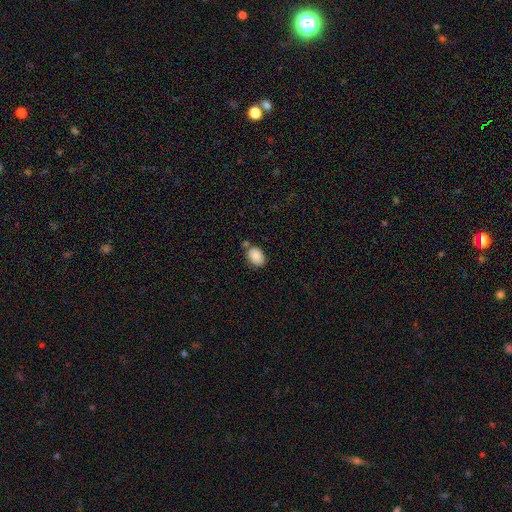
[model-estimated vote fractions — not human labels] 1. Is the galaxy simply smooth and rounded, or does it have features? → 88% smooth, 7% star or artifact, 5% featured or disk.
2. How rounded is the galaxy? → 77% in between, 22% round, 1% cigar-shaped.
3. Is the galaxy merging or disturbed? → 65% none, 17% minor disturbance, 13% merger, 4% major disturbance.